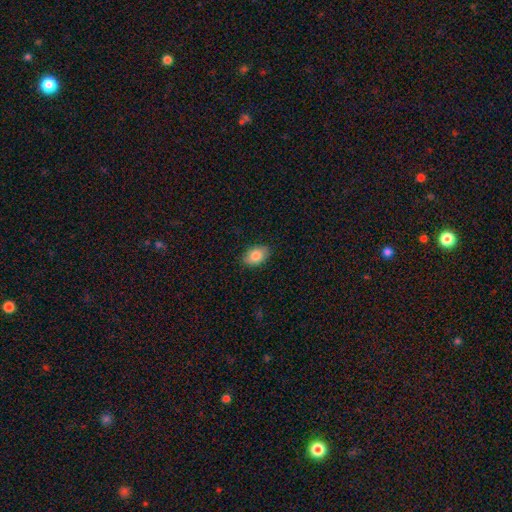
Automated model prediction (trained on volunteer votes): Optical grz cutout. It shows a smooth galaxy with no disk features (84%) that is in between round and cigar-shaped (87%). Merging: none (87%).